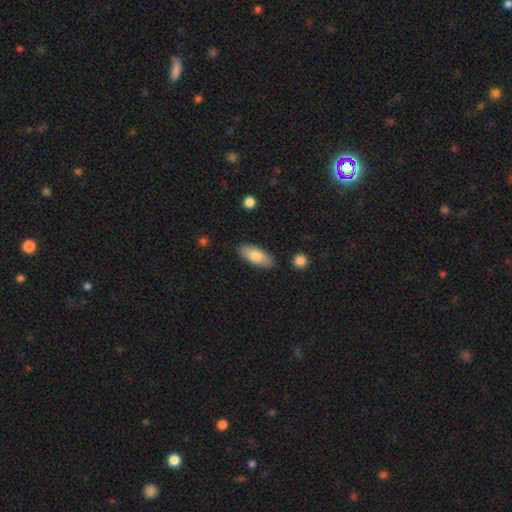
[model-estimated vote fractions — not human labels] Overall: smooth (75%). How rounded: in between (83%). Merging: none (85%).